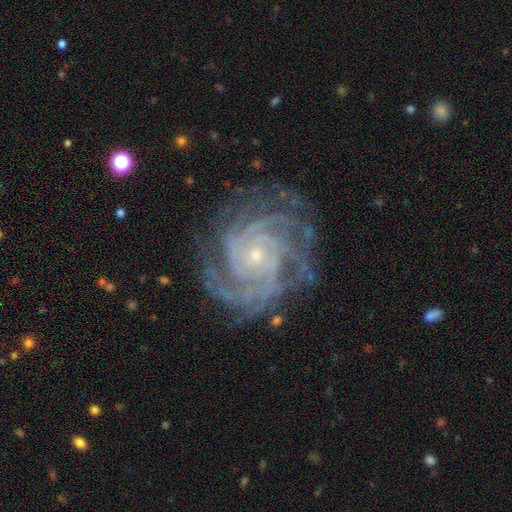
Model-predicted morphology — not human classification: smooth-or-featured: featured or disk: 91% | star or artifact: 6% | smooth: 3%
  disk-edge-on: no: 98% | yes: 2%
    bar: no: 73% | weak: 19% | strong: 8%
    has-spiral-arms: yes: 98% | no: 2%
      spiral-winding: tight: 77% | medium: 21% | loose: 3%
      spiral-arm-count: 4: 28% | 3: 19% | more than 4: 17% | can't tell: 16% | 2: 13% | 1: 8%
    bulge-size: small: 81% | moderate: 16% | none: 2% | large: 1% | dominant: 1%
  merging: none: 78% | minor disturbance: 15% | major disturbance: 6% | merger: 1%